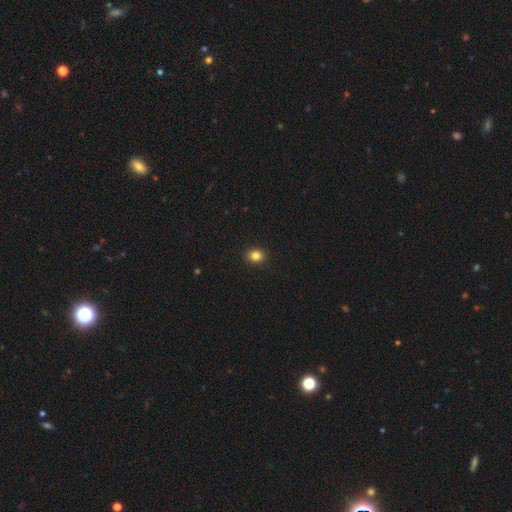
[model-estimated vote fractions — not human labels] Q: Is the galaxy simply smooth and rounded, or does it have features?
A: smooth — 84%.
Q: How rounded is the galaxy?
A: round — 68%.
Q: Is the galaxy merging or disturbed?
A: none — 92%.